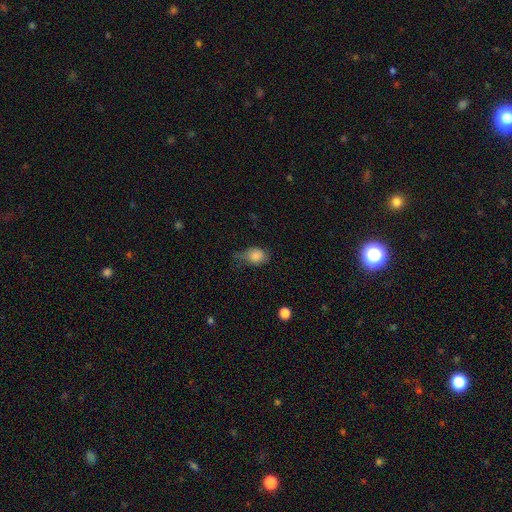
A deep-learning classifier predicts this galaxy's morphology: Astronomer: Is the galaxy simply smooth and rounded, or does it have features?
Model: smooth — 82%.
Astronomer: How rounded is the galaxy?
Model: in between — 67%.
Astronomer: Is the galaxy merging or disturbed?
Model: minor disturbance — 41% (runner-up: none, 38%).